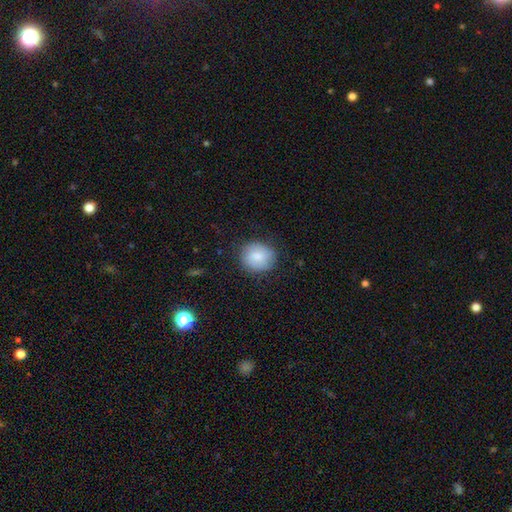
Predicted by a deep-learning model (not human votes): This is likely a smooth galaxy (79%). How rounded: clearly round (80%). Merging: clearly none (82%).